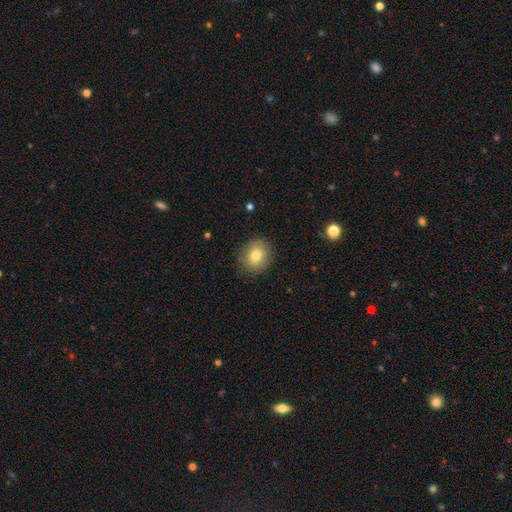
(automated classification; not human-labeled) This is likely a smooth galaxy (78%). How rounded: likely round (65%). Merging: clearly none (85%).